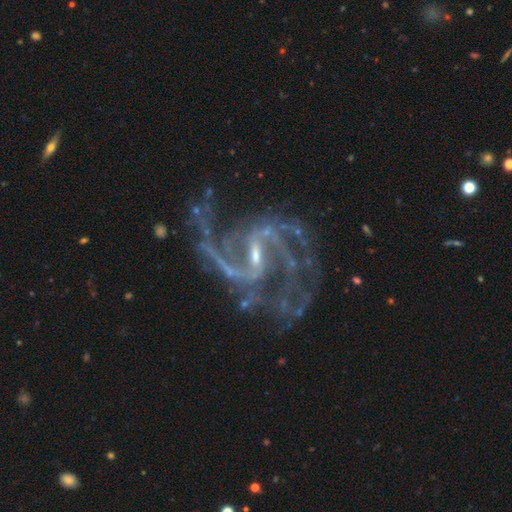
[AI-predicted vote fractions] smooth-or-featured: featured or disk: 93% | star or artifact: 5% | smooth: 2%
  disk-edge-on: no: 98% | yes: 2%
    bar: weak: 49% | strong: 39% | no: 12%
    has-spiral-arms: yes: 98% | no: 2%
      spiral-winding: medium: 52% | loose: 35% | tight: 13%
      spiral-arm-count: 2: 74% | 3: 8% | can't tell: 6% | 4: 4% | 1: 4% | more than 4: 4%
    bulge-size: small: 68% | moderate: 23% | none: 6% | large: 1% | dominant: 1%
  merging: none: 58% | major disturbance: 19% | minor disturbance: 19% | merger: 4%